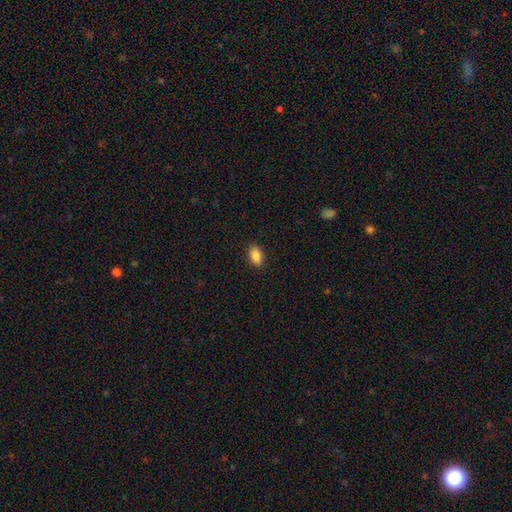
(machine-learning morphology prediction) Overall: smooth (87%). How rounded: in between (91%). Merging: none (89%).